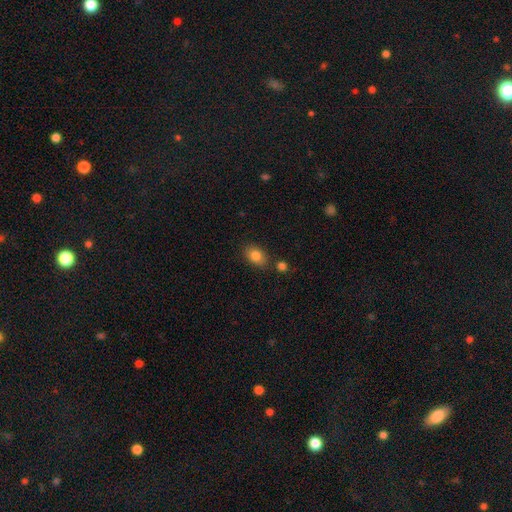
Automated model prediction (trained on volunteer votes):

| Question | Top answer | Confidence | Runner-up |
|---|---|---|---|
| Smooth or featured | smooth | 83% | star or artifact (9%) |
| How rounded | in between | 81% | round (18%) |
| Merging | none | 79% | minor disturbance (12%) |